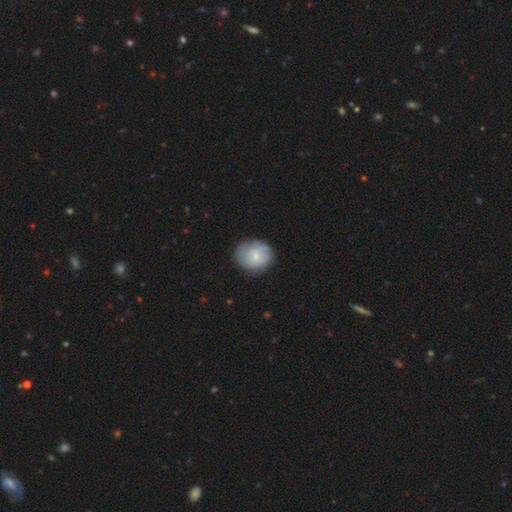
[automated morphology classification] Smooth or featured? Predicted: smooth (p=0.72). How rounded? Predicted: round (p=0.68). Merging? Predicted: none (p=0.75).